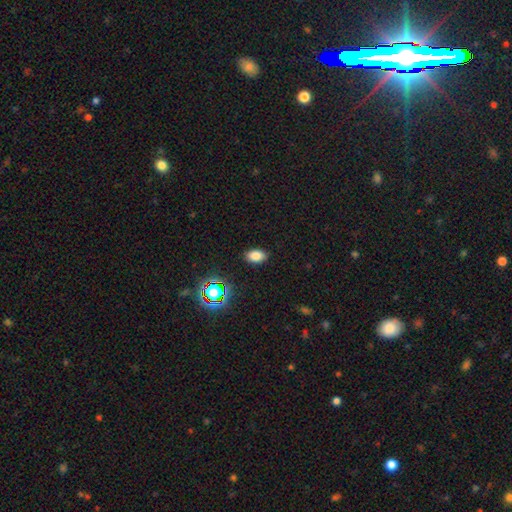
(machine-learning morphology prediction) Overall: smooth (79%). How rounded: in between (87%). Merging: none (86%).